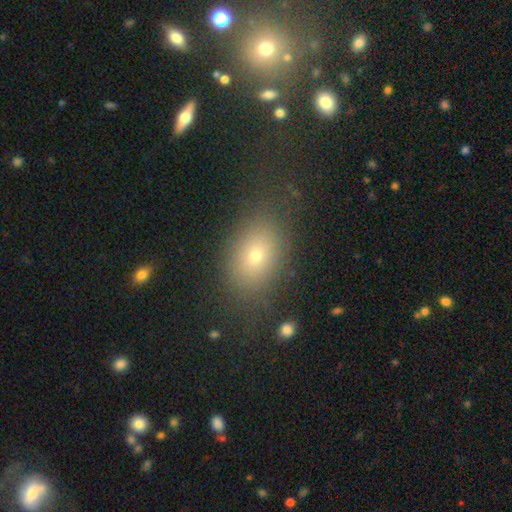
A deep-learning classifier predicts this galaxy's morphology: A smooth galaxy with no disk features (70%) that is in between round and cigar-shaped (76%).

Vote fractions:
- Smooth or featured? smooth: 70% / featured or disk: 15% / star or artifact: 15%
- How rounded? in between: 76% / round: 23% / cigar-shaped: 2%
- Merging? none: 75% / minor disturbance: 14% / major disturbance: 9% / merger: 3%